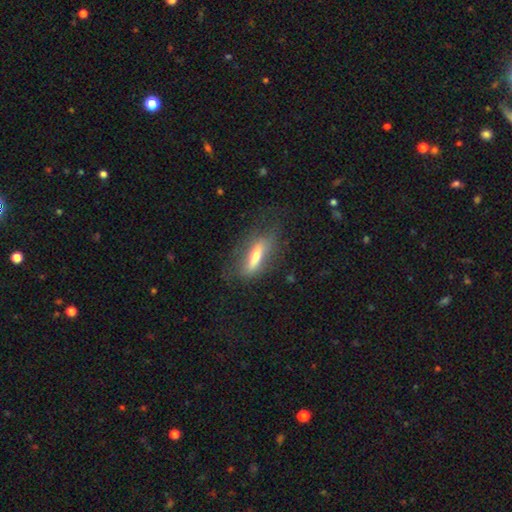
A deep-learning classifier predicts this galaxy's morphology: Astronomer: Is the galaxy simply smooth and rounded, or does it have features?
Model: featured or disk — 46%, tied with smooth at 46%.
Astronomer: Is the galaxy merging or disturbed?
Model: none — 62%.